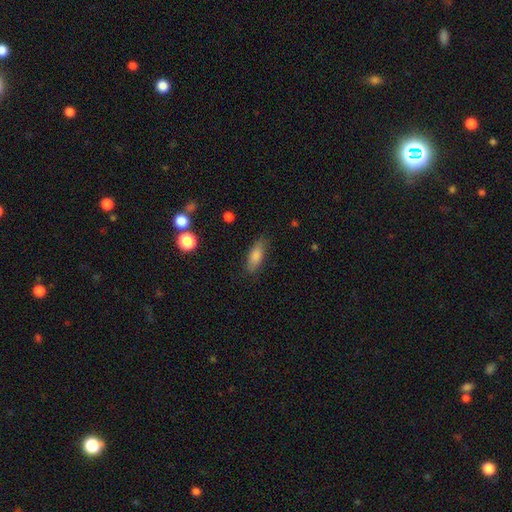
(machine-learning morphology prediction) Q: Smooth or featured?
A: smooth (78%); runner-up: featured or disk (13%)
Q: How rounded?
A: in between (67%); runner-up: cigar-shaped (30%)
Q: Merging?
A: none (81%); runner-up: minor disturbance (14%)